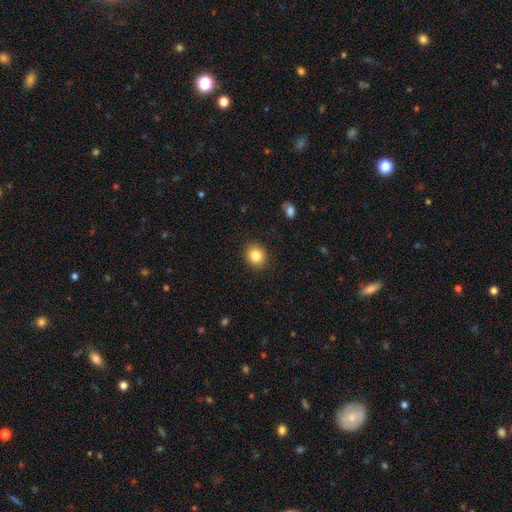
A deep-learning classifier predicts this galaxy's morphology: Smooth or featured? Predicted: smooth (p=0.84). How rounded? Predicted: round (p=0.74). Merging? Predicted: none (p=0.90).